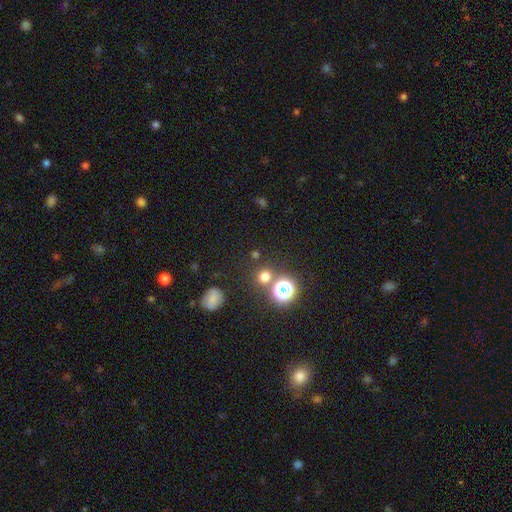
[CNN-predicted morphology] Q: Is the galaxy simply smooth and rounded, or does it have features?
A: star or artifact — 50%.